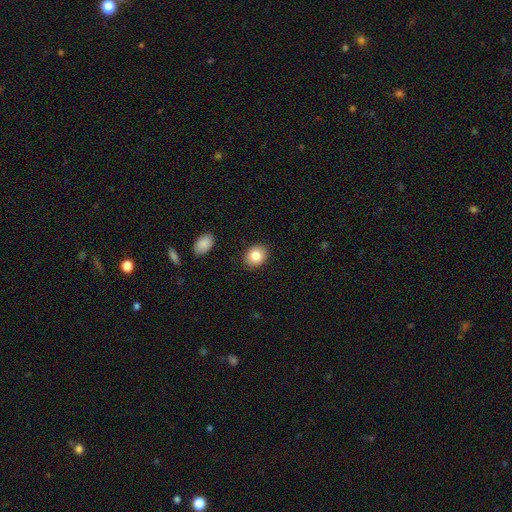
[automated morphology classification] Smooth or featured? smooth (84%)
How rounded? round (52%)
Merging? none (88%)